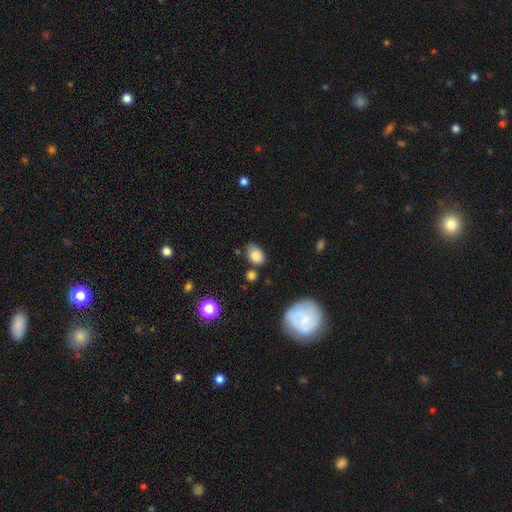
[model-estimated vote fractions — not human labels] smooth-or-featured: smooth: 82% | star or artifact: 9% | featured or disk: 9%
  how-rounded: in between: 81% | round: 18% | cigar-shaped: 1%
  merging: none: 62% | minor disturbance: 25% | merger: 7% | major disturbance: 6%